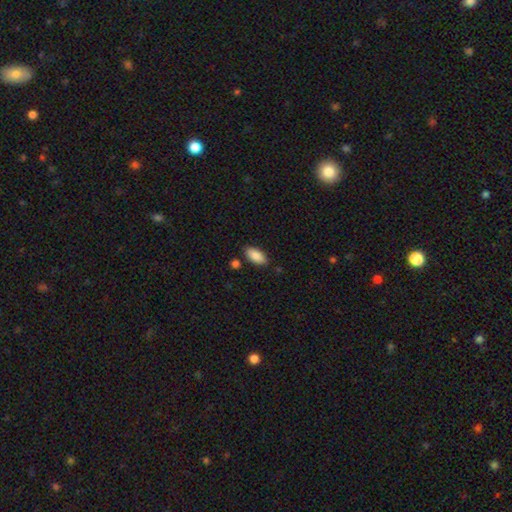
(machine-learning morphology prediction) smooth 89%, star or artifact 7%, featured or disk 5%. Down the decision tree: how rounded — in between (91%); merging — none (82%).